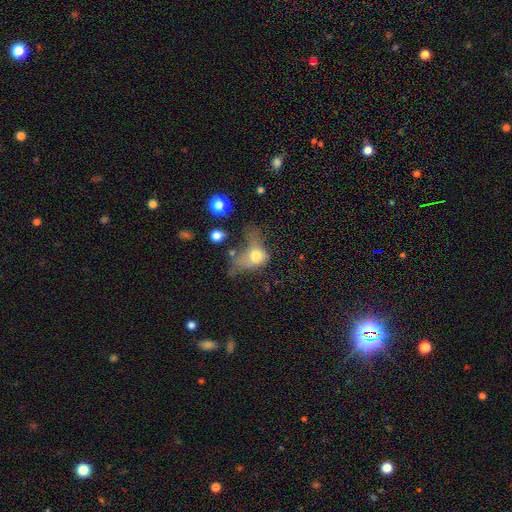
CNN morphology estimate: The model was most divided on "how rounded": in between: 65%, round: 31%, cigar-shaped: 3%. More confident: smooth or featured — smooth (62%); merging — major disturbance (53%).